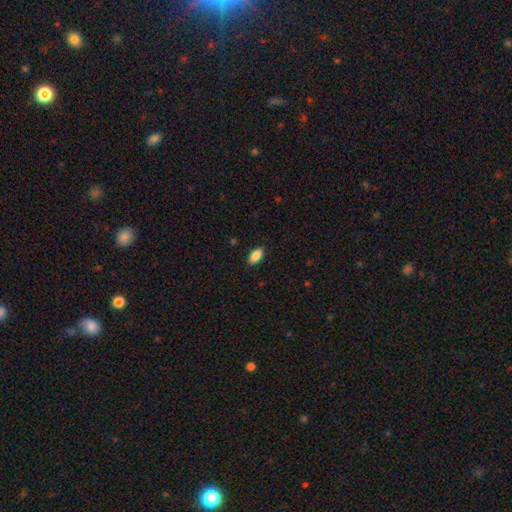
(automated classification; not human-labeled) A smooth galaxy with no disk features (88%) that is in between round and cigar-shaped (91%). Merging: none (87%).